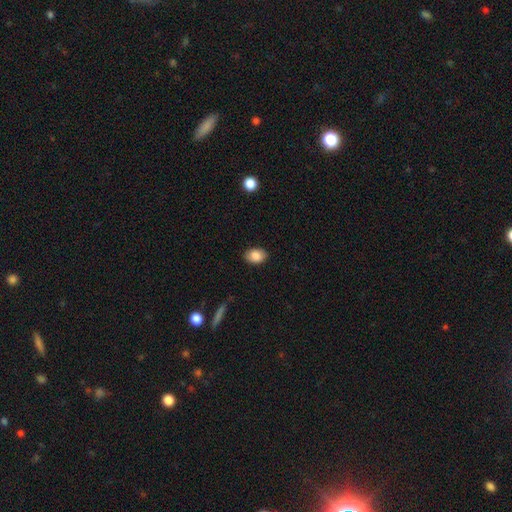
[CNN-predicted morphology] A smooth galaxy with no disk features (87%) that is in between round and cigar-shaped (82%).

Vote fractions:
- Smooth or featured? smooth: 87% / star or artifact: 8% / featured or disk: 6%
- How rounded? in between: 82% / round: 17% / cigar-shaped: 1%
- Merging? none: 87% / minor disturbance: 10% / major disturbance: 2% / merger: 1%